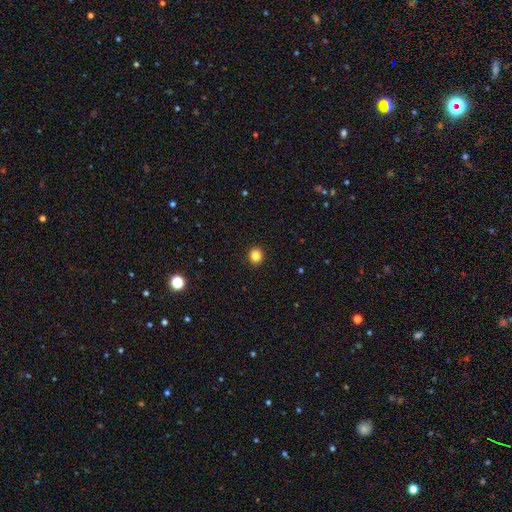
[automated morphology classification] smooth-or-featured: smooth: 84% | star or artifact: 11% | featured or disk: 5%
  how-rounded: round: 86% | in between: 13% | cigar-shaped: 1%
  merging: none: 93% | minor disturbance: 5% | major disturbance: 2% | merger: 1%